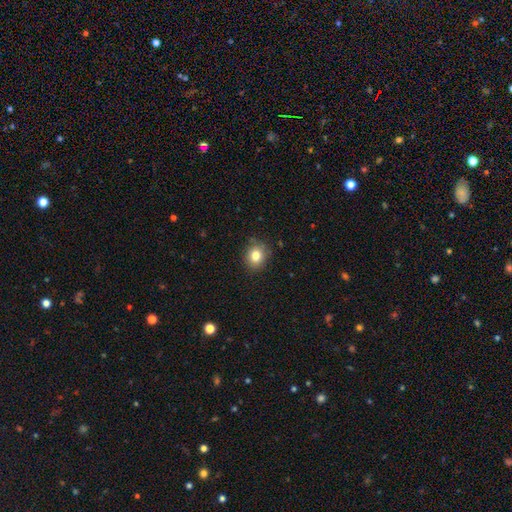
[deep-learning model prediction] Overall: smooth (81%). How rounded: round (71%). Merging: none (84%).